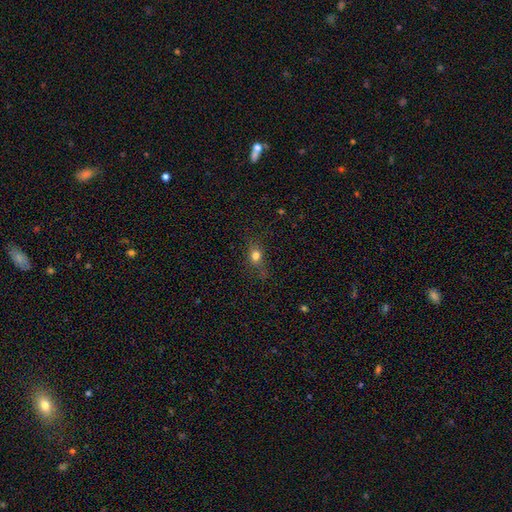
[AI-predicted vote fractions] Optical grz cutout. It shows a smooth galaxy with no disk features (67%) that is round (46%). Merging: none (75%).